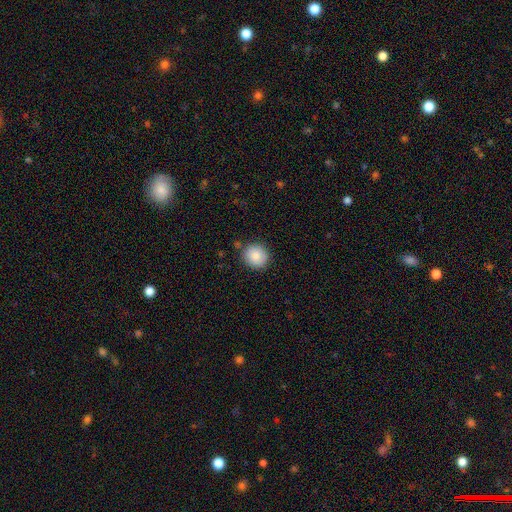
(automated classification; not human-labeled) Q: Smooth or featured?
A: smooth (86%); runner-up: star or artifact (8%)
Q: How rounded?
A: round (91%); runner-up: in between (8%)
Q: Merging?
A: none (86%); runner-up: minor disturbance (10%)